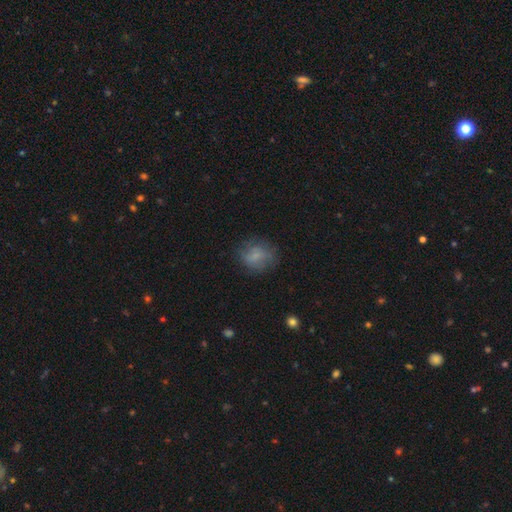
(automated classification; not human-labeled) This appears to be a smooth galaxy with no disk features (71%) that is round (72%). Merging: none (72%).